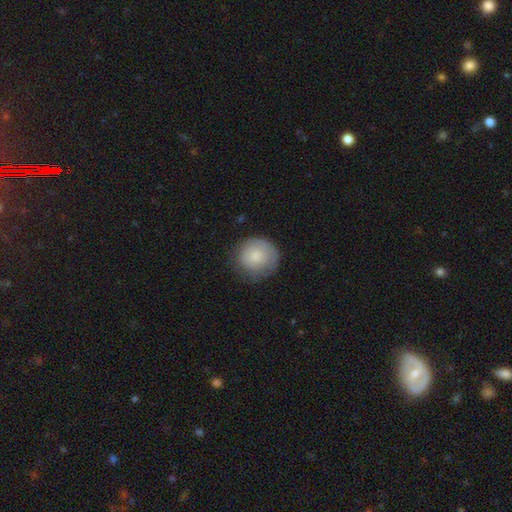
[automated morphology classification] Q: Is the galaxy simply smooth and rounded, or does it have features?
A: smooth — 75%.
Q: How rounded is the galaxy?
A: round — 91%.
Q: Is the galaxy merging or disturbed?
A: none — 71%.